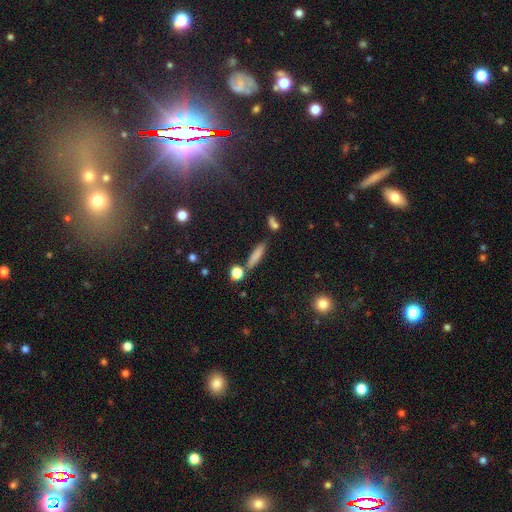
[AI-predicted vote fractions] Smooth or featured: smooth — 76% (featured or disk — 13%)
How rounded: cigar-shaped — 81% (in between — 15%)
Merging: none — 78% (minor disturbance — 11%)